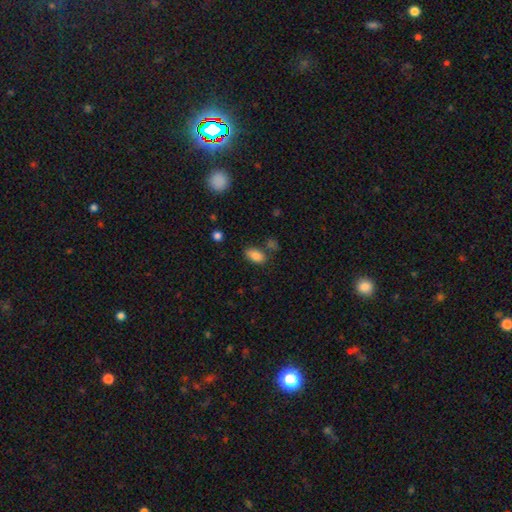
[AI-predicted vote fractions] smooth-or-featured: smooth: 83% | star or artifact: 9% | featured or disk: 8%
  how-rounded: in between: 91% | round: 7% | cigar-shaped: 2%
  merging: none: 72% | minor disturbance: 16% | merger: 8% | major disturbance: 4%